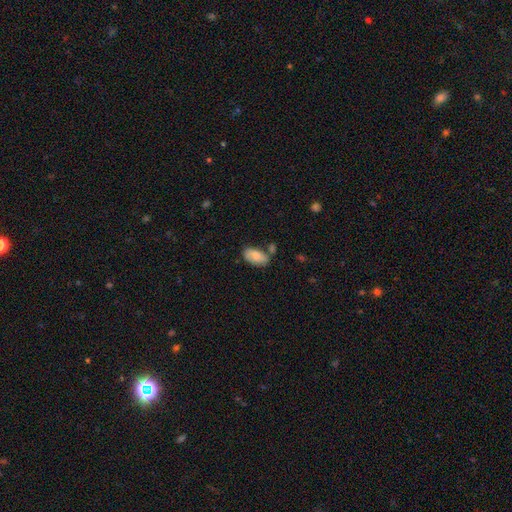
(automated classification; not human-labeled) Smooth or featured? Predicted: smooth (p=0.77). How rounded? Predicted: in between (p=0.94). Merging? Predicted: none (p=0.62).